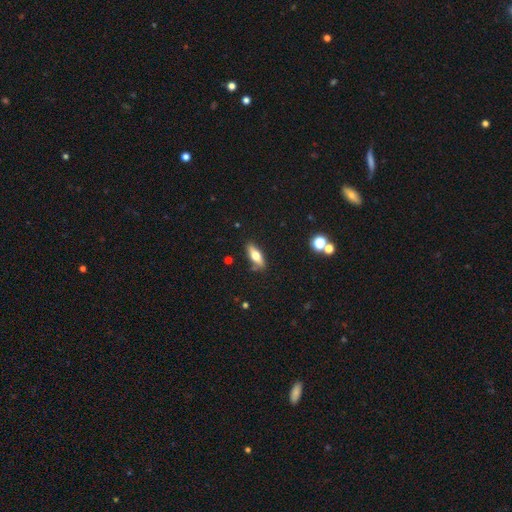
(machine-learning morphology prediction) Smooth or featured? smooth (56%)
How rounded? in between (55%)
Merging? none (81%)